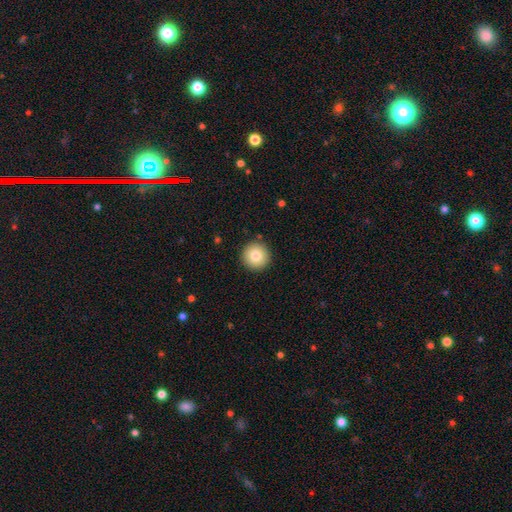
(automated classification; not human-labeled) This is clearly a smooth galaxy (81%). How rounded: clearly round (96%). Merging: clearly none (92%).